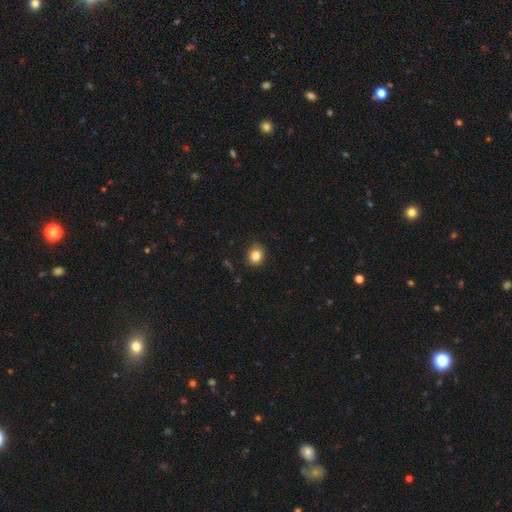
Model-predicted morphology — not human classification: A smooth galaxy with no disk features (85%) that is round (75%). Merging: none (81%).